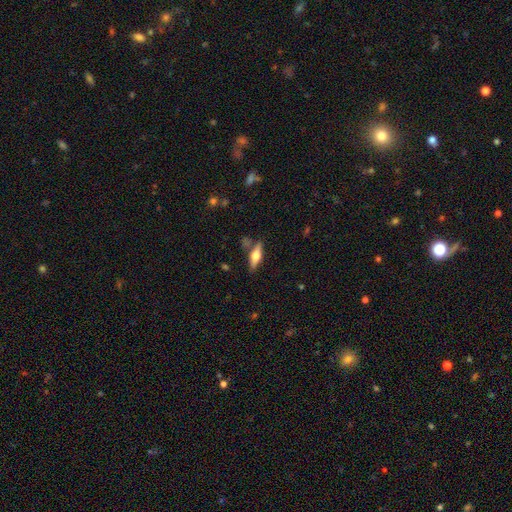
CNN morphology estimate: This appears to be a featured or disk galaxy (53%) viewed edge-on (93%). Merging: none (76%).